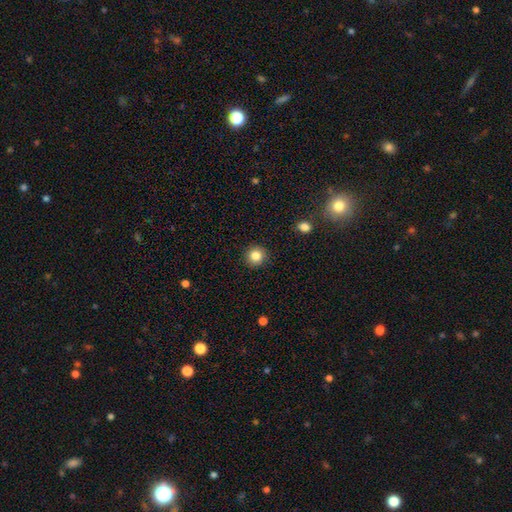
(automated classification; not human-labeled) smooth_or_featured: smooth (p=0.84) [alt: star or artifact p=0.11]
how_rounded: round (p=0.94) [alt: in between p=0.05]
merging: none (p=0.92) [alt: minor disturbance p=0.06]